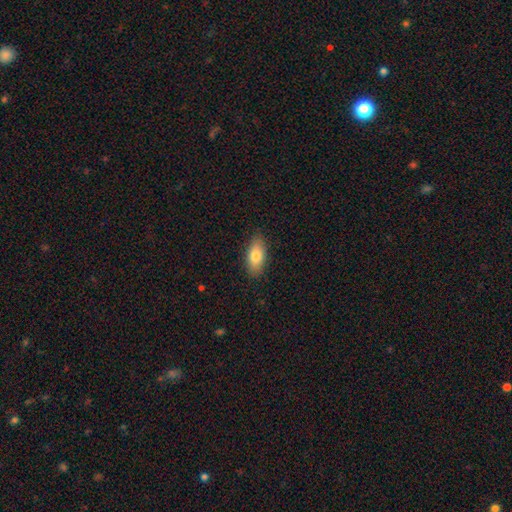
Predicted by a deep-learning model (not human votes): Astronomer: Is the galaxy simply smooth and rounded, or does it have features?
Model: smooth — 80%.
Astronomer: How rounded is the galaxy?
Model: in between — 86%.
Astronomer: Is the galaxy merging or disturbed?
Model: none — 88%.